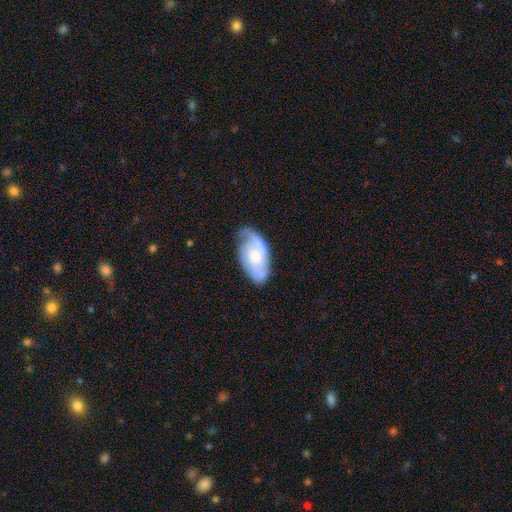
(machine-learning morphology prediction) A featured or disk galaxy (70%) with no bar (60%), 2 (53%) medium (44%) spiral arms (85%) and a moderate central bulge (43%).

Vote fractions:
- Smooth or featured? featured or disk: 70% / smooth: 25% / star or artifact: 6%
- Edge-on disk? no: 95% / yes: 5%
- Bar? no: 60% / weak: 34% / strong: 6%
- Spiral arms? yes: 85% / no: 15%
- Spiral winding? medium: 44% / tight: 30% / loose: 26%
- Spiral arm count? 2: 53% / can't tell: 20% / 1: 17% / 3: 6% / 4: 2% / more than 4: 2%
- Bulge size? moderate: 43% / small: 32% / none: 13% / large: 10% / dominant: 2%
- Merging? none: 54% / minor disturbance: 27% / major disturbance: 14% / merger: 5%